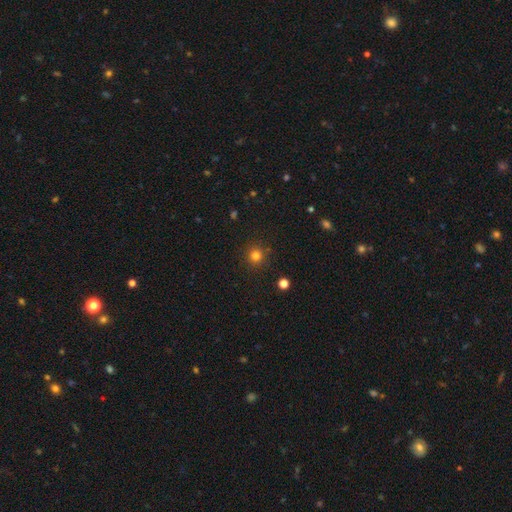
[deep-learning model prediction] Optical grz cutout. It shows a smooth galaxy with no disk features (80%) that is round (94%). Merging: none (90%).